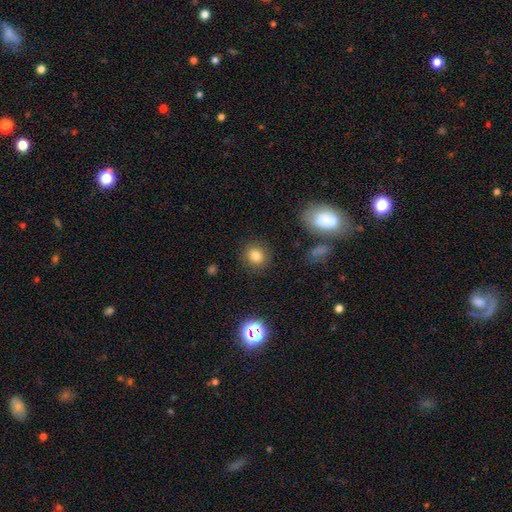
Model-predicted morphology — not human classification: smooth 81%, star or artifact 12%, featured or disk 7%. Down the decision tree: how rounded — round (78%); merging — none (87%).